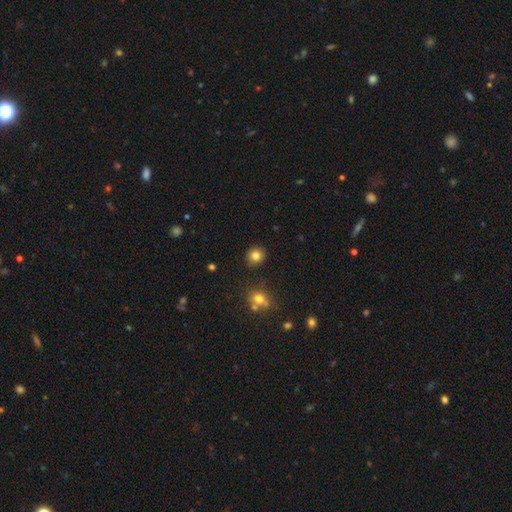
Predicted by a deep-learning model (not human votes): Smooth or featured: smooth — 82% (star or artifact — 12%)
How rounded: round — 87% (in between — 12%)
Merging: none — 89% (minor disturbance — 6%)